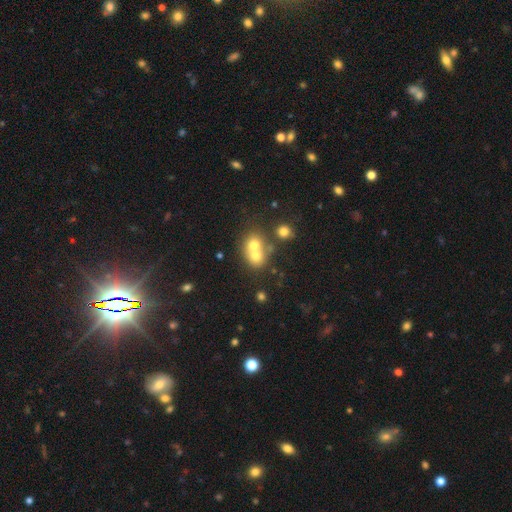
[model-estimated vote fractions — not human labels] Smooth or featured: smooth — 66% (featured or disk — 22%)
How rounded: round — 68% (in between — 31%)
Merging: merger — 66% (none — 25%)